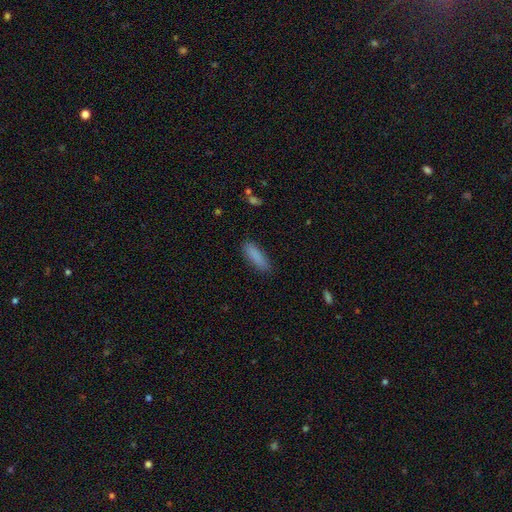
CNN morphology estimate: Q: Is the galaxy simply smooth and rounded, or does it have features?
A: smooth — 87%.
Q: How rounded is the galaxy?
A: cigar-shaped — 58%.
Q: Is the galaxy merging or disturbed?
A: none — 85%.